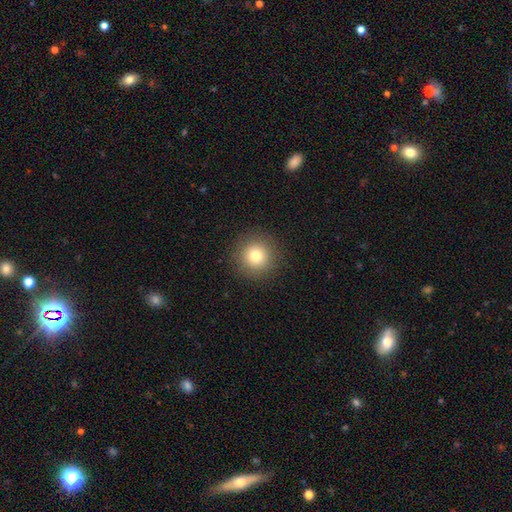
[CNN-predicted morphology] A smooth galaxy with no disk features (79%) that is round (96%). Merging: none (91%).